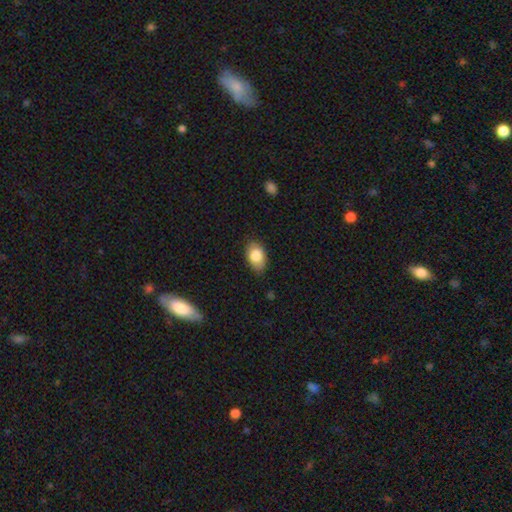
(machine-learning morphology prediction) smooth_or_featured: smooth (p=0.82) [alt: featured or disk p=0.11]
how_rounded: in between (p=0.90) [alt: round p=0.09]
merging: none (p=0.79) [alt: minor disturbance p=0.17]